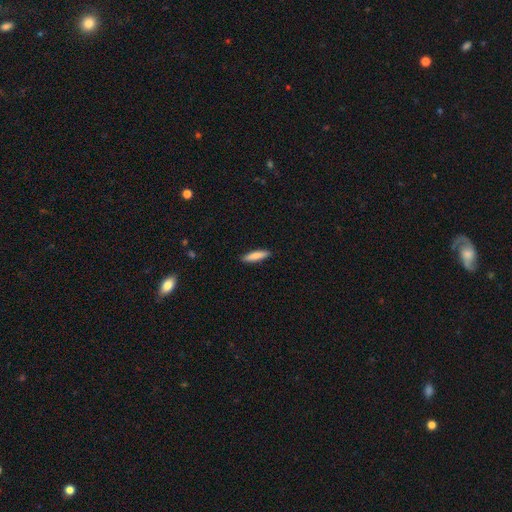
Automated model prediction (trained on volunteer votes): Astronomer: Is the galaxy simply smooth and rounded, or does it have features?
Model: smooth — 82%.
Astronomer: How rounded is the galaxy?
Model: cigar-shaped — 78%.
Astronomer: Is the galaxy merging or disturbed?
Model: none — 90%.